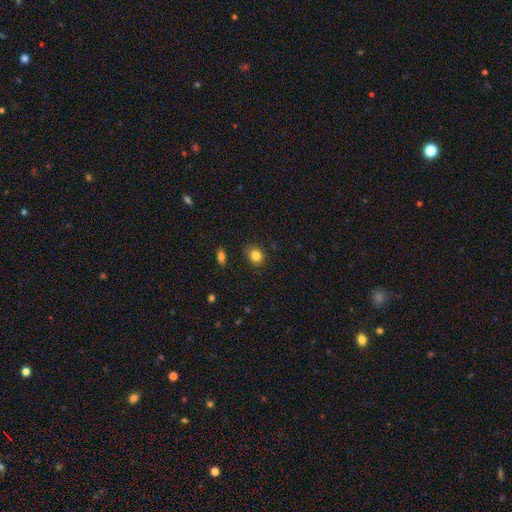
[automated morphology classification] Overall: smooth (84%). How rounded: round (65%; in between 34%). Merging: none (81%).